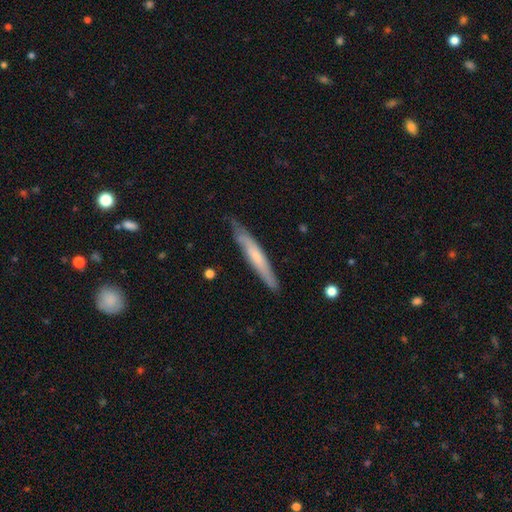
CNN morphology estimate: A smooth galaxy with no disk features (52%) that is cigar-shaped (93%). Merging: none (77%).